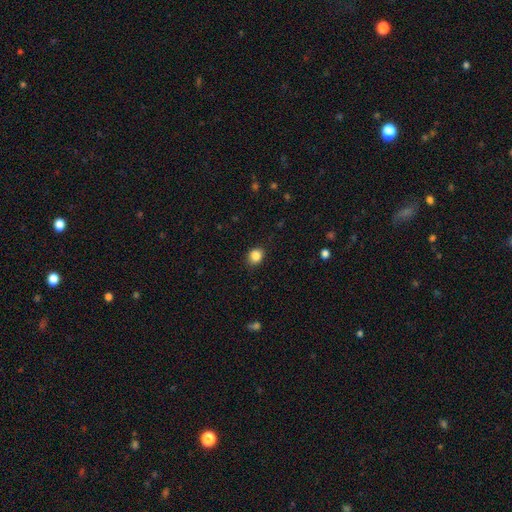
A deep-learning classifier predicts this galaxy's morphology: Overall: smooth (86%). How rounded: round (61%; in between 38%). Merging: none (86%).